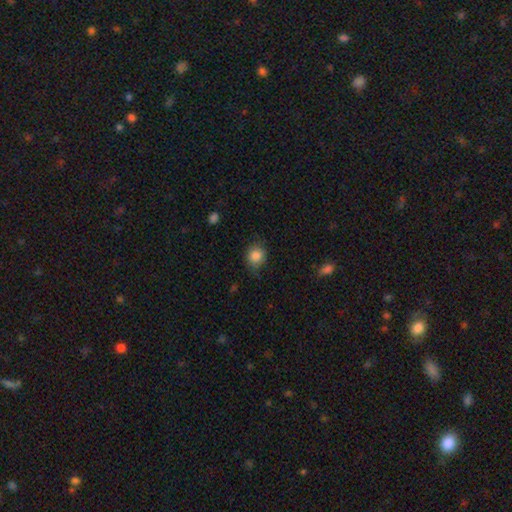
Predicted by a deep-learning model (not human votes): A smooth galaxy with no disk features (86%) that is round (69%).

Vote fractions:
- Smooth or featured? smooth: 86% / star or artifact: 9% / featured or disk: 5%
- How rounded? round: 69% / in between: 30% / cigar-shaped: 1%
- Merging? none: 72% / minor disturbance: 22% / major disturbance: 5% / merger: 1%